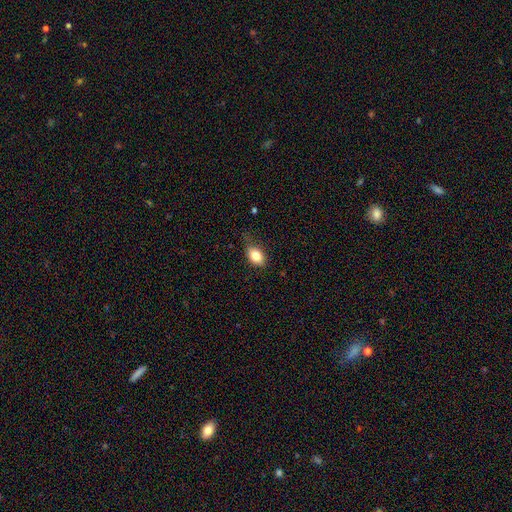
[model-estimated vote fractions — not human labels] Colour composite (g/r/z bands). It shows a smooth galaxy with no disk features (82%) that is in between round and cigar-shaped (82%). Merging: none (68%).